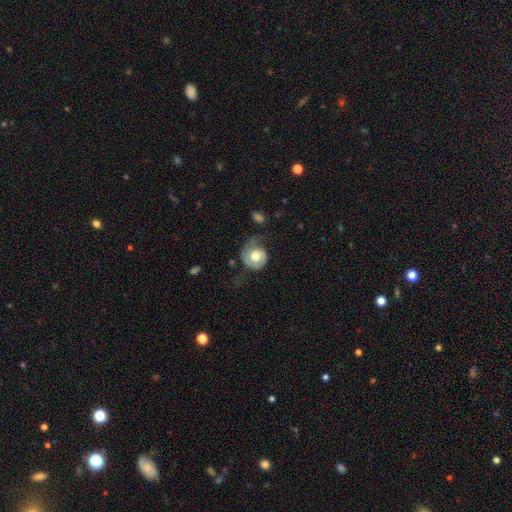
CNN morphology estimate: smooth_or_featured: featured or disk (p=0.55) [alt: smooth p=0.39]
disk_edge_on: no (p=0.97) [alt: yes p=0.03]
bar: no (p=0.80) [alt: weak p=0.17]
has_spiral_arms: yes (p=0.80) [alt: no p=0.20]
bulge_size: moderate (p=0.57) [alt: large p=0.33]
merging: none (p=0.43) [alt: major disturbance p=0.28]